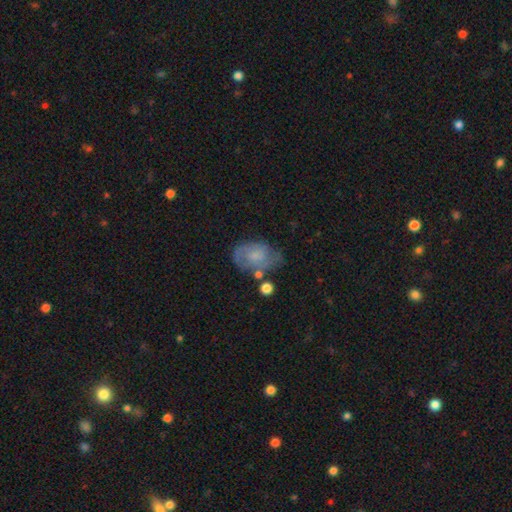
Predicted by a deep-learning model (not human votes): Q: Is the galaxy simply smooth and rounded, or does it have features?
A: featured or disk — 49%.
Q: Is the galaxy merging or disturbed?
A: none — 49%.